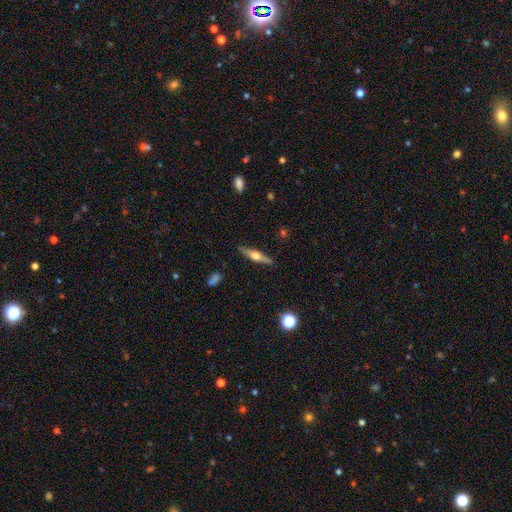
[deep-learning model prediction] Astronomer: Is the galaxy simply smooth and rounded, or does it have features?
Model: featured or disk — 63%.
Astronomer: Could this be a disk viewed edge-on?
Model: yes — 96%.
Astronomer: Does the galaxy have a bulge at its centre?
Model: rounded — 93%.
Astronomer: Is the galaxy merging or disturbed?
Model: none — 88%.